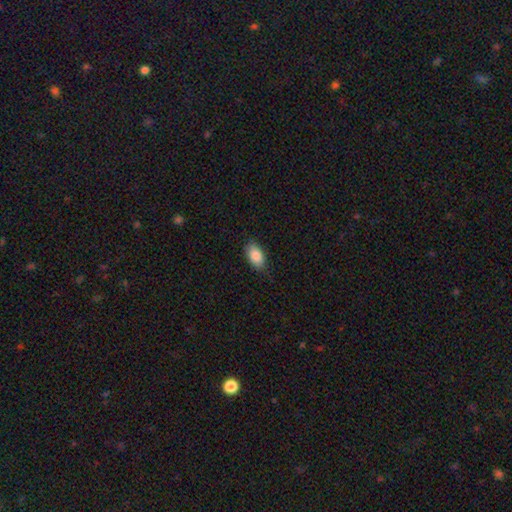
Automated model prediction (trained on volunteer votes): A smooth galaxy with no disk features (86%) that is in between round and cigar-shaped (92%). Merging: none (82%).